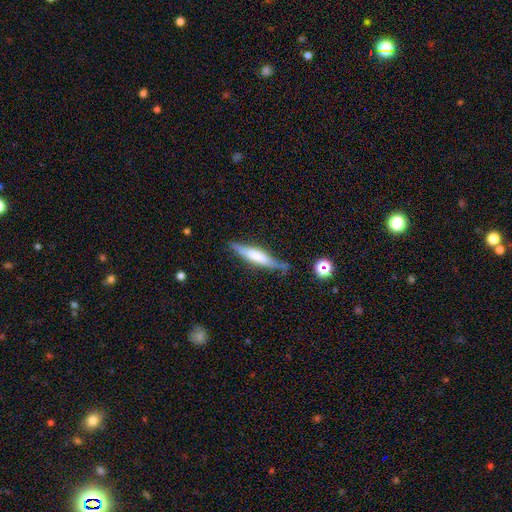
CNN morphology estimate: smooth-or-featured: featured or disk: 54% | smooth: 40% | star or artifact: 7%
  disk-edge-on: yes: 92% | no: 8%
  merging: none: 76% | minor disturbance: 17% | major disturbance: 4% | merger: 3%